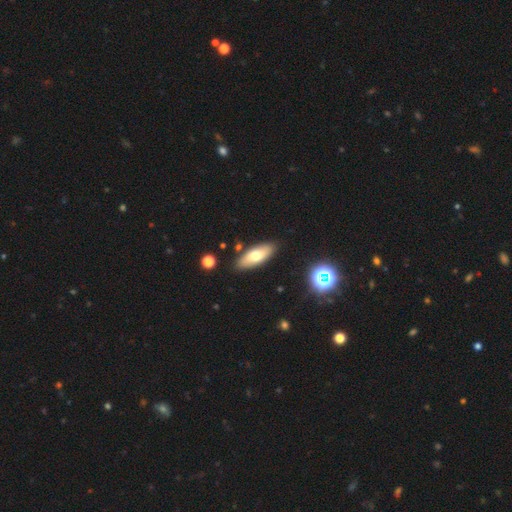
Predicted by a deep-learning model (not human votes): smooth-or-featured: smooth: 66% | featured or disk: 26% | star or artifact: 7%
  how-rounded: in between: 77% | cigar-shaped: 20% | round: 3%
  merging: none: 86% | minor disturbance: 9% | merger: 3% | major disturbance: 2%